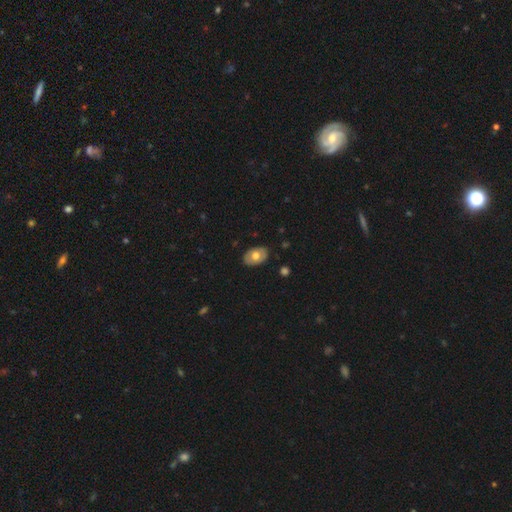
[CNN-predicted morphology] This appears to be a smooth galaxy with no disk features (60%) that is in between round and cigar-shaped (86%). Merging: none (84%).